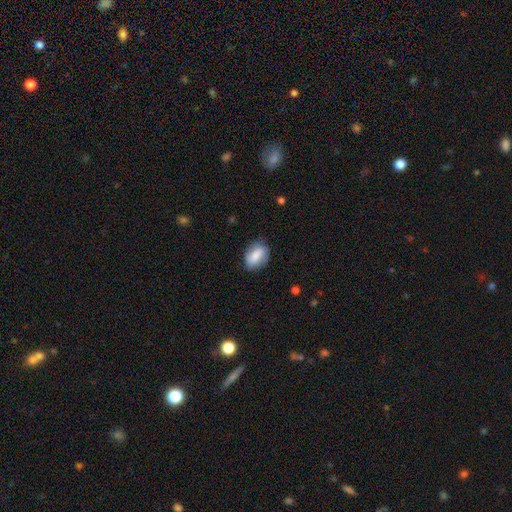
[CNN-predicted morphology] A smooth galaxy with no disk features (73%) that is in between round and cigar-shaped (83%). Merging: none (77%).